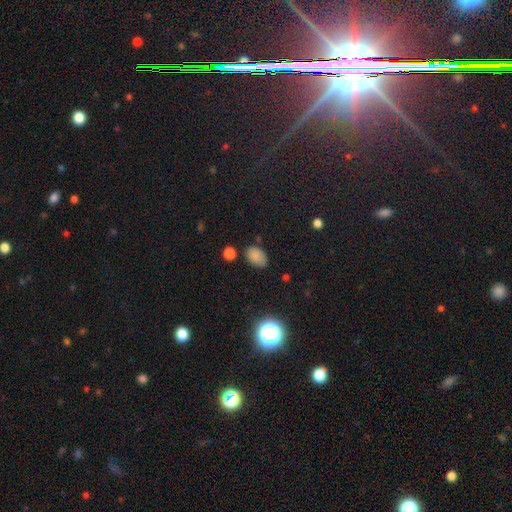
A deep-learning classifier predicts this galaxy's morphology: type=smooth (80%); roundness=in between (83%); merging=none (69%).